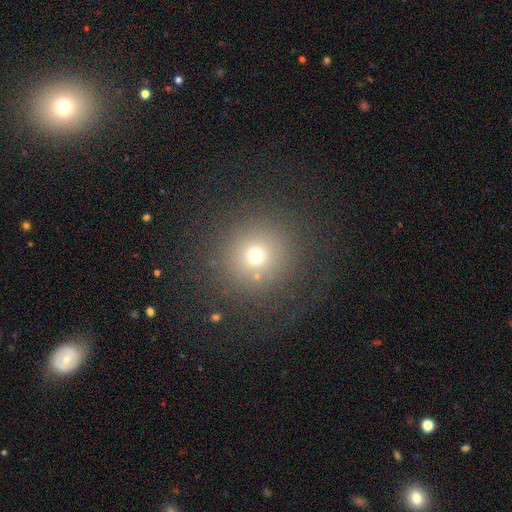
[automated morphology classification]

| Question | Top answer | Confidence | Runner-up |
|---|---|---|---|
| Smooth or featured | smooth | 69% | star or artifact (21%) |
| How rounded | round | 93% | in between (6%) |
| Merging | none | 85% | minor disturbance (8%) |